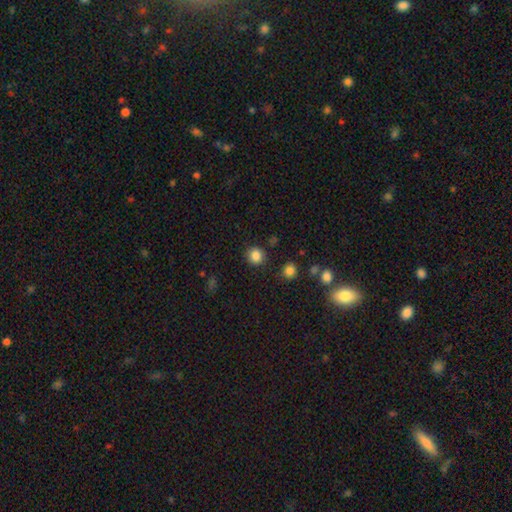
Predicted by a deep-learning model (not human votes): The model was most divided on "smooth or featured": smooth: 85%, star or artifact: 11%, featured or disk: 4%. More confident: how rounded — round (89%); merging — none (87%).